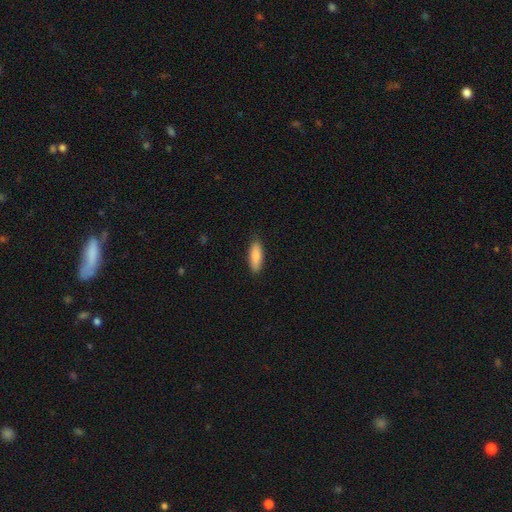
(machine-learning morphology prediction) Smooth or featured? Predicted: smooth (p=0.84). How rounded? Predicted: in between (p=0.62). Merging? Predicted: none (p=0.86).